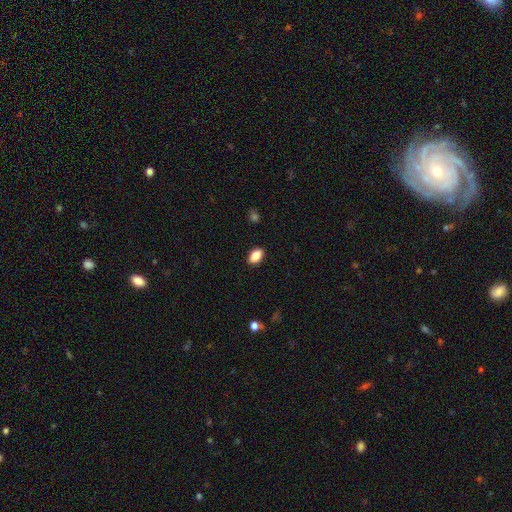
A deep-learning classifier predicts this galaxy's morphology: smooth-or-featured: smooth: 86% | star or artifact: 8% | featured or disk: 6%
  how-rounded: in between: 90% | round: 8% | cigar-shaped: 3%
  merging: none: 89% | minor disturbance: 8% | major disturbance: 2% | merger: 1%